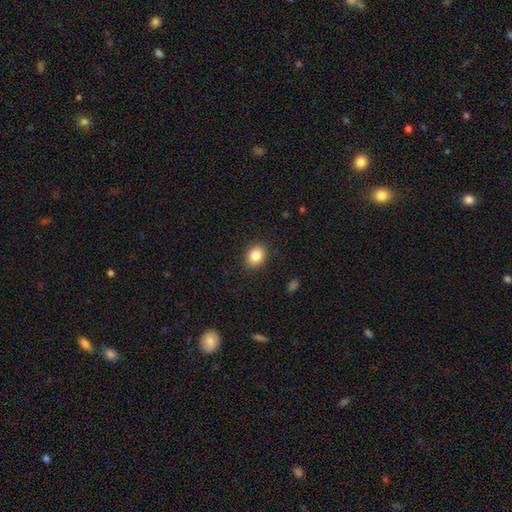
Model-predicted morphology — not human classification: Overall: smooth (85%). How rounded: in between (55%; round 44%). Merging: none (89%).